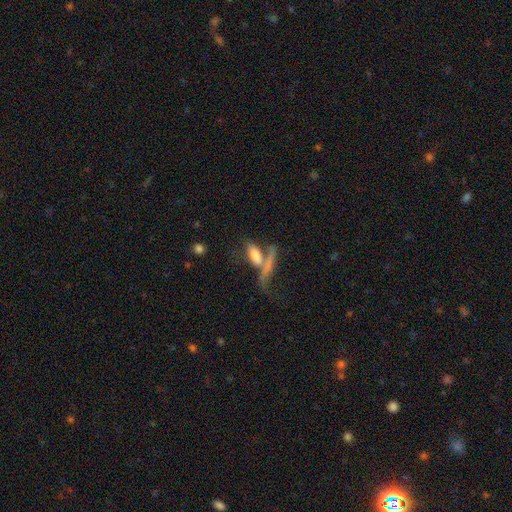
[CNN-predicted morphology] This appears to be a smooth galaxy with no disk features (68%) that is in between round and cigar-shaped (60%). Merging: merger (49%).